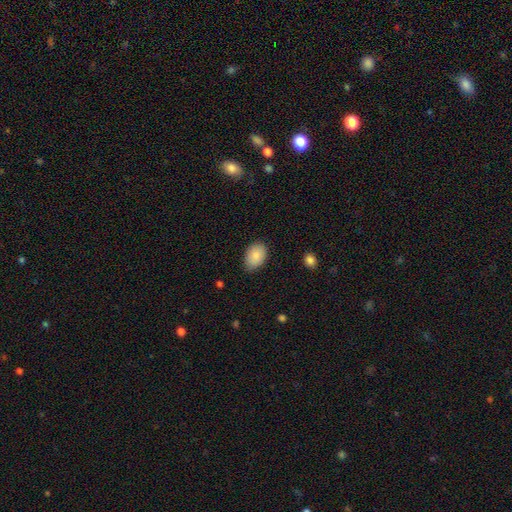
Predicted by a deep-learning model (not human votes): The model was most divided on "merging": none: 80%, minor disturbance: 16%, major disturbance: 3%, merger: 1%. More confident: how rounded — in between (86%); smooth or featured — smooth (86%).